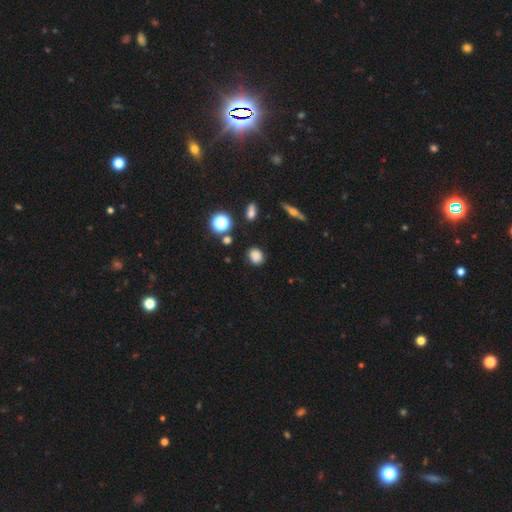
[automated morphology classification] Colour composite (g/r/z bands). It shows a smooth galaxy with no disk features (79%) that is round (62%). Merging: none (81%).